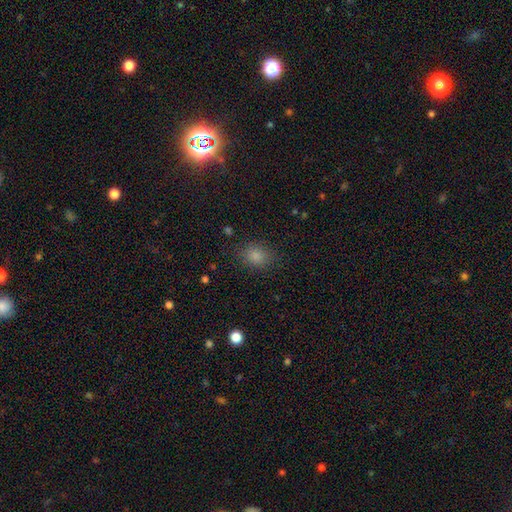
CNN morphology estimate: Q: Smooth or featured?
A: smooth (73%); runner-up: star or artifact (21%)
Q: How rounded?
A: round (56%); runner-up: in between (43%)
Q: Merging?
A: none (85%); runner-up: minor disturbance (10%)